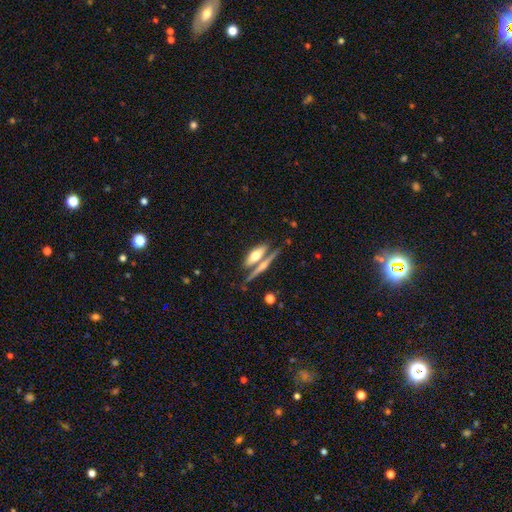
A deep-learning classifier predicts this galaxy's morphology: type=smooth (48%); merging=none (50%).